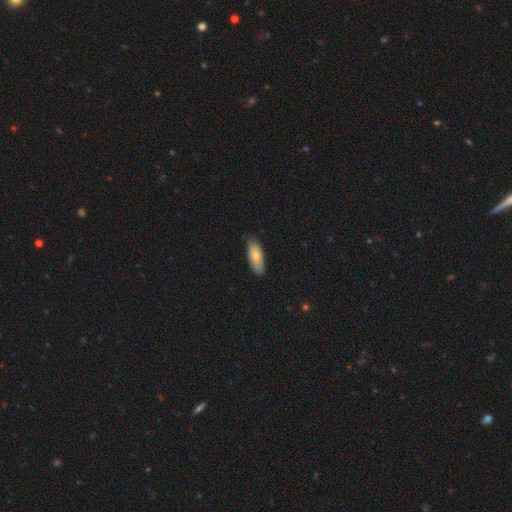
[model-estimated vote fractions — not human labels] Smooth or featured?
  - smooth: 76% *
  - featured or disk: 18%
  - star or artifact: 6%
How rounded?
  - in between: 76% *
  - cigar-shaped: 22%
  - round: 2%
Merging?
  - none: 81% *
  - minor disturbance: 16%
  - major disturbance: 2%
  - merger: 1%